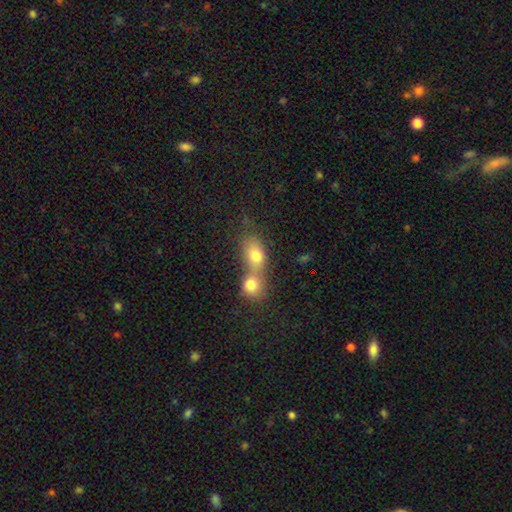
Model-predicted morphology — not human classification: Smooth or featured? Predicted: smooth (p=0.76). How rounded? Predicted: in between (p=0.58). Merging? Predicted: merger (p=0.72).